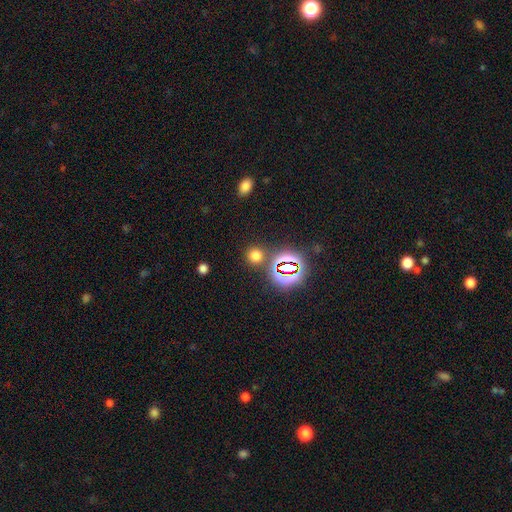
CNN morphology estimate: Smooth or featured? Predicted: smooth (p=0.66). How rounded? Predicted: round (p=0.90). Merging? Predicted: none (p=0.81).